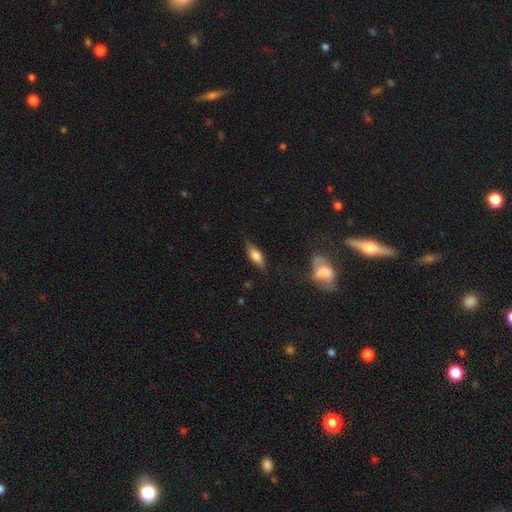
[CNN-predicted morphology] Smooth or featured? smooth (63%)
How rounded? in between (60%)
Merging? none (79%)